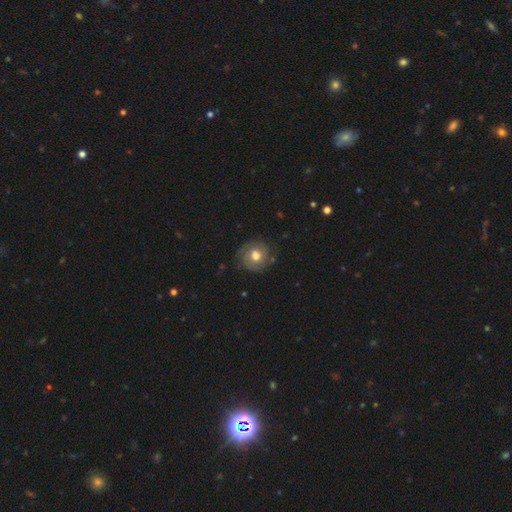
Volunteers were most divided on "bulge size": moderate: 62%, large: 38%, dominant: 0%, small: 0%, none: 0%. More confident: edge-on disk — no (100%); spiral arms — yes (85%); merging — none (82%); spiral arm count — 2 (77%); bar — no (73%); smooth or featured — featured or disk (68%); spiral winding — tight (64%).